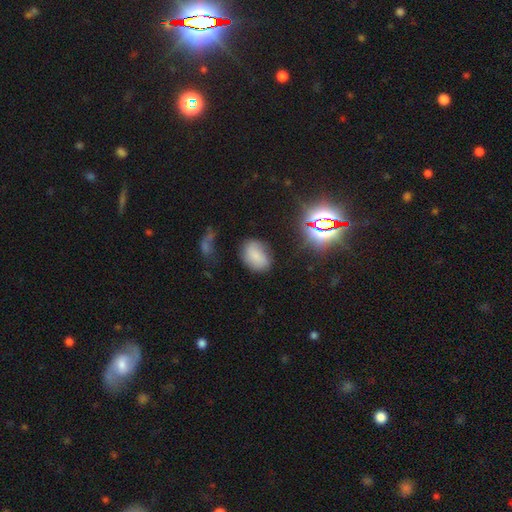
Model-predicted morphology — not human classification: A smooth galaxy with no disk features (73%) that is in between round and cigar-shaped (80%). Merging: none (66%).